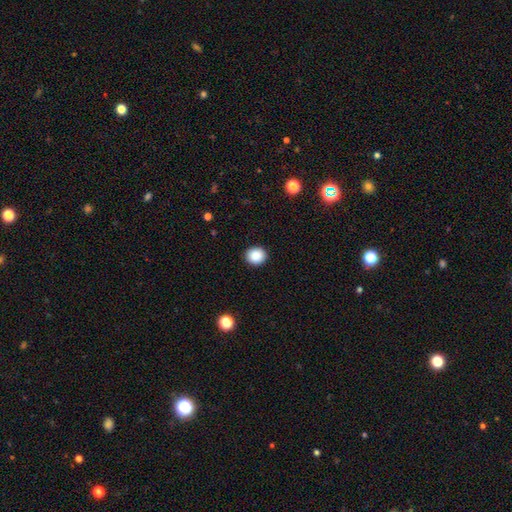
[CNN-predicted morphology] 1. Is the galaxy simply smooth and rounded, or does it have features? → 89% smooth, 9% star or artifact, 3% featured or disk.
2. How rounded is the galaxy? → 83% round, 17% in between, 1% cigar-shaped.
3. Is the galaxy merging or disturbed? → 91% none, 6% minor disturbance, 2% major disturbance, 1% merger.